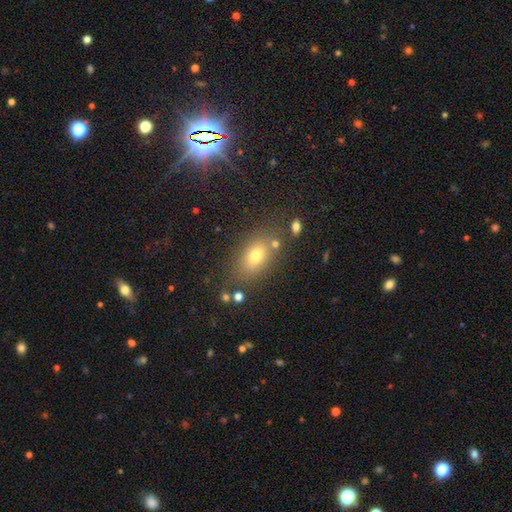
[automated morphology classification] Smooth or featured? smooth (71%)
How rounded? in between (79%)
Merging? none (76%)